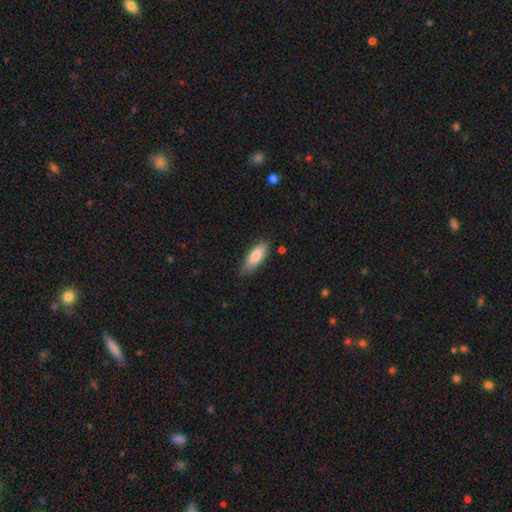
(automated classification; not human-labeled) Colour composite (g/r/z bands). It shows a smooth galaxy with no disk features (80%) that is in between round and cigar-shaped (61%). Merging: none (81%).